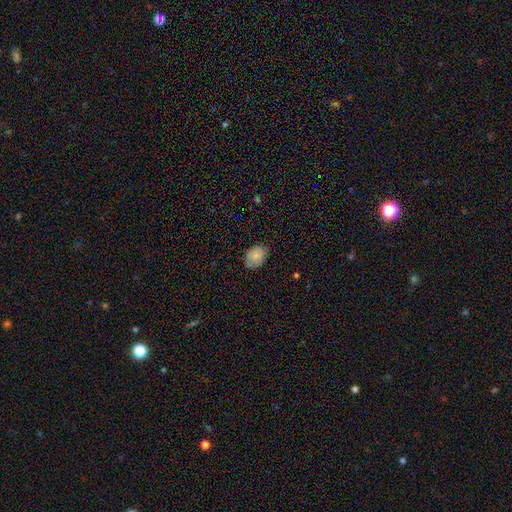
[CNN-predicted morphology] A smooth galaxy with no disk features (81%) that is in between round and cigar-shaped (66%).

Vote fractions:
- Smooth or featured? smooth: 81% / featured or disk: 11% / star or artifact: 8%
- How rounded? in between: 66% / round: 33% / cigar-shaped: 1%
- Merging? none: 77% / minor disturbance: 19% / major disturbance: 3% / merger: 1%